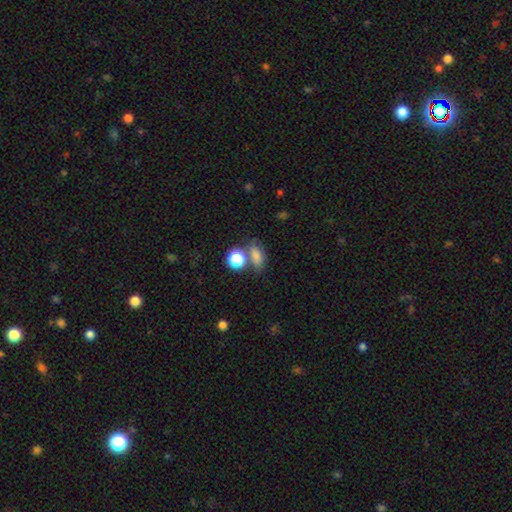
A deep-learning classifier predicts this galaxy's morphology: type=smooth (78%); roundness=in between (73%); merging=none (55%).